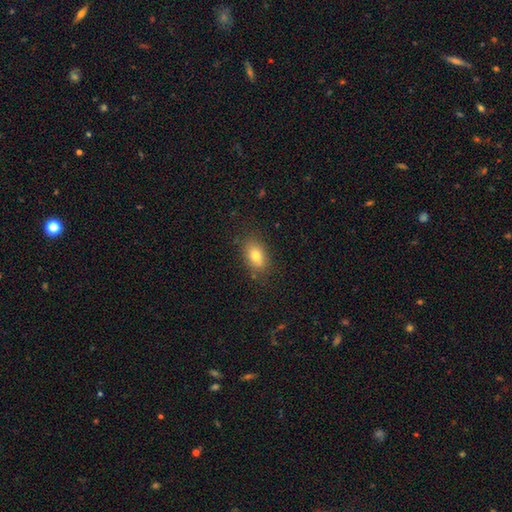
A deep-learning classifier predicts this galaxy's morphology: smooth_or_featured: smooth (p=0.79) [alt: featured or disk p=0.11]
how_rounded: in between (p=0.84) [alt: round p=0.14]
merging: none (p=0.82) [alt: minor disturbance p=0.13]